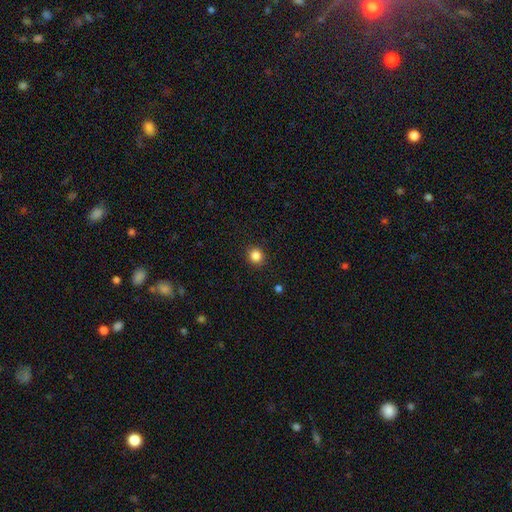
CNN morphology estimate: smooth 85%, star or artifact 11%, featured or disk 4%. Down the decision tree: how rounded — round (90%); merging — none (91%).